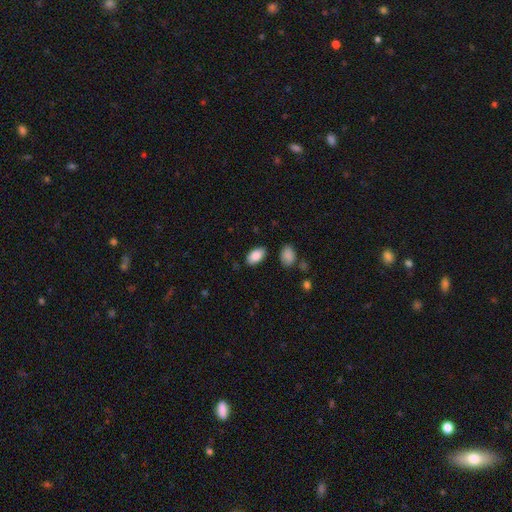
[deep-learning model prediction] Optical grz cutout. It shows a smooth galaxy with no disk features (88%) that is in between round and cigar-shaped (94%). Merging: none (85%).